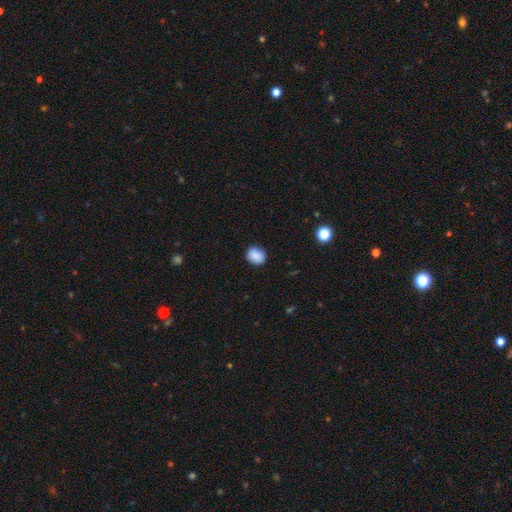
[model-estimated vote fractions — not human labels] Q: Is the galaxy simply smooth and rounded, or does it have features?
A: smooth — 87%.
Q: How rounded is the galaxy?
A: round — 70%.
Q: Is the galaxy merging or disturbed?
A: none — 86%.